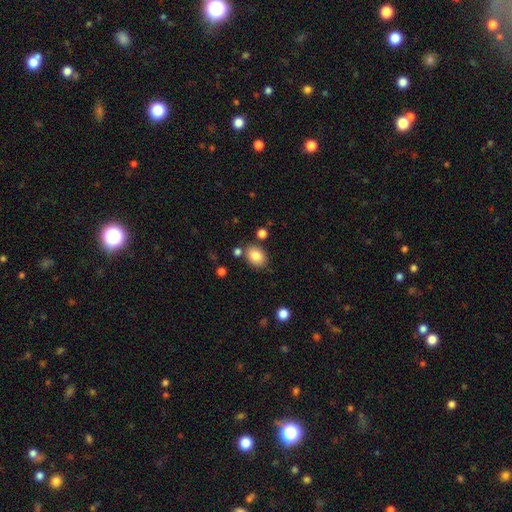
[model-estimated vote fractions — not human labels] smooth_or_featured: smooth (p=0.83) [alt: star or artifact p=0.09]
how_rounded: in between (p=0.66) [alt: round p=0.33]
merging: none (p=0.77) [alt: minor disturbance p=0.13]